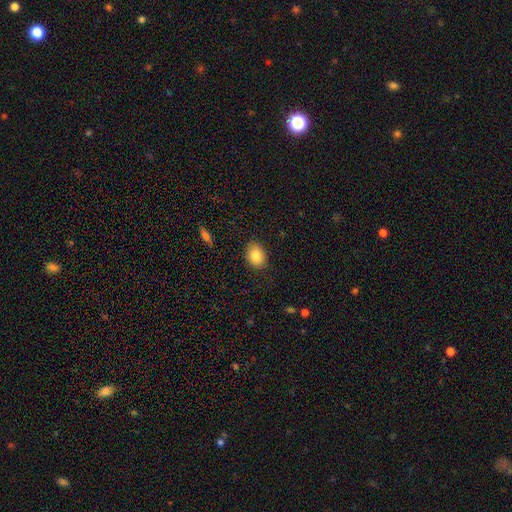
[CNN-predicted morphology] A smooth galaxy with no disk features (86%) that is in between round and cigar-shaped (70%). Merging: none (83%).